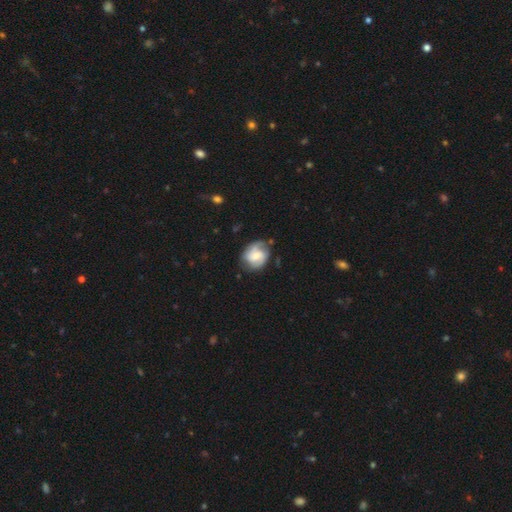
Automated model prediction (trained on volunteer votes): Smooth or featured: featured or disk — 68% (smooth — 26%)
Edge-on disk: no — 98% (yes — 2%)
Bar: weak — 47% (no — 40%)
Spiral arms: yes — 92% (no — 8%)
Spiral winding: medium — 44% (tight — 34%)
Spiral arm count: 2 — 74% (can't tell — 12%)
Bulge size: moderate — 47% (small — 39%)
Merging: none — 67% (minor disturbance — 23%)